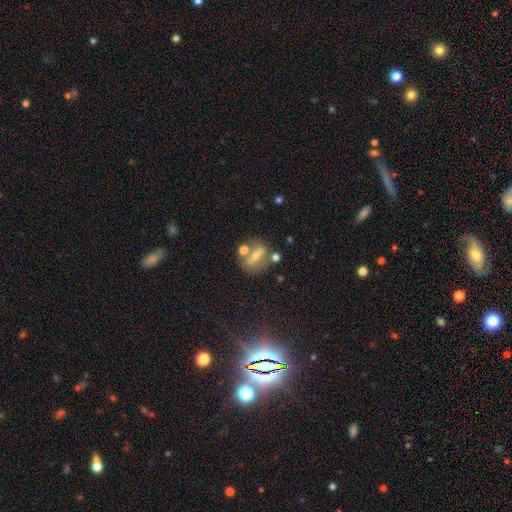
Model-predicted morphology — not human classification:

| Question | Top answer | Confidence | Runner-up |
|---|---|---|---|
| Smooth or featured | featured or disk | 44% | smooth (43%) |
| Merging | none | 57% | merger (20%) |